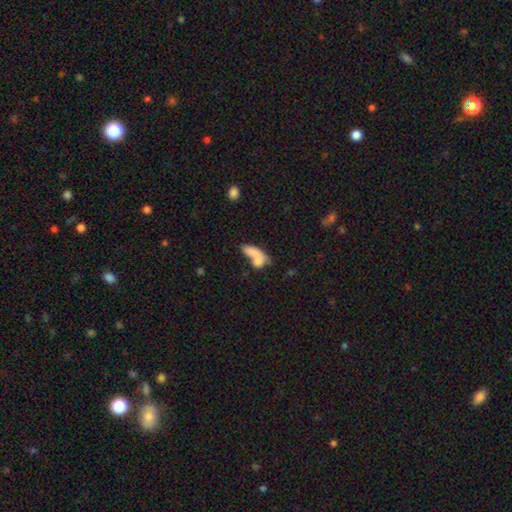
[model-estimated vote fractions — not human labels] smooth-or-featured: smooth: 75% | featured or disk: 16% | star or artifact: 9%
  how-rounded: in between: 67% | cigar-shaped: 26% | round: 8%
  merging: merger: 48% | none: 30% | minor disturbance: 13% | major disturbance: 10%